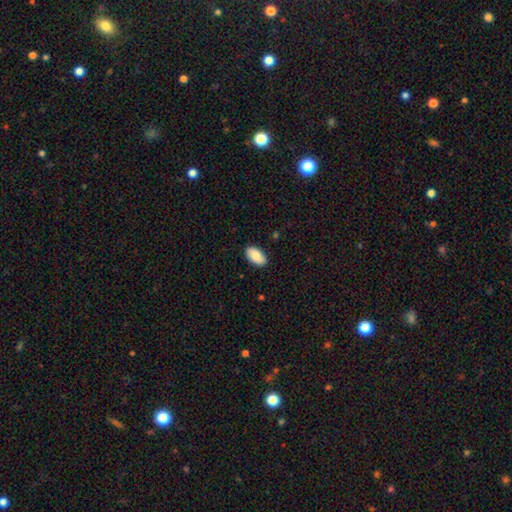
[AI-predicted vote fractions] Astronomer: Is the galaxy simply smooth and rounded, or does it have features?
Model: smooth — 84%.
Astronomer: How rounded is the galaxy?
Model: in between — 95%.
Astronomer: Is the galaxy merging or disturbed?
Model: none — 87%.